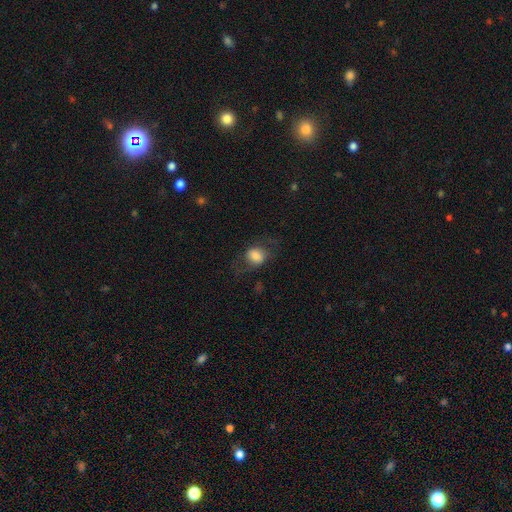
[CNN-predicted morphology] Overall: smooth (72%). How rounded: round (50%; in between 49%). Merging: none (59%; minor disturbance 20%).